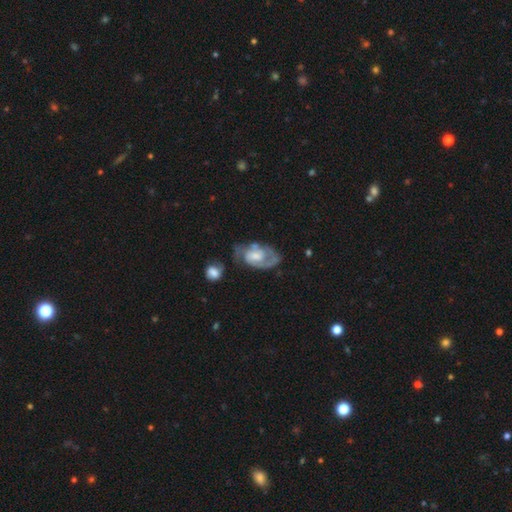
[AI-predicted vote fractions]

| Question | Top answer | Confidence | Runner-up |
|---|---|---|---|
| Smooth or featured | featured or disk | 76% | smooth (18%) |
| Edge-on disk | no | 97% | yes (3%) |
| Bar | no | 55% | weak (38%) |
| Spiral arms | yes | 88% | no (12%) |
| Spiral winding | tight | 46% | medium (41%) |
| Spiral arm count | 2 | 57% | 1 (18%) |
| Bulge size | moderate | 41% | small (31%) |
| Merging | none | 47% | minor disturbance (25%) |